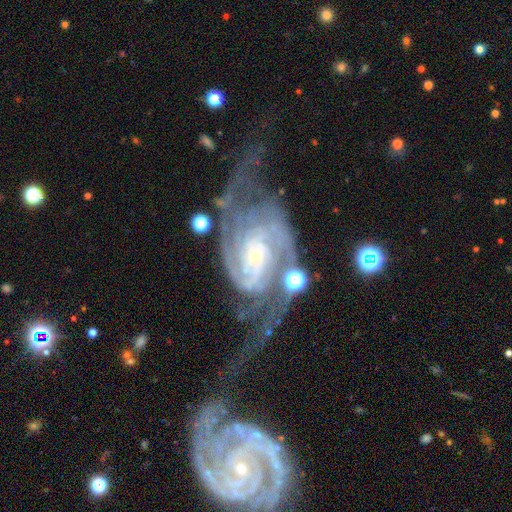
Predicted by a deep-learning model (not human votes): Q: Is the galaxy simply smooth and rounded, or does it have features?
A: featured or disk — 91%.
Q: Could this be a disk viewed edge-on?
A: no — 97%.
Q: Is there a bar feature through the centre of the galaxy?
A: no — 50%.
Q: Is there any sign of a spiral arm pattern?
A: yes — 98%.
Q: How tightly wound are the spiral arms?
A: tight — 45%.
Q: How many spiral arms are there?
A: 2 — 59%.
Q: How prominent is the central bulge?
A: small — 63%.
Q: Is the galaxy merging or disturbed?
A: none — 48%.